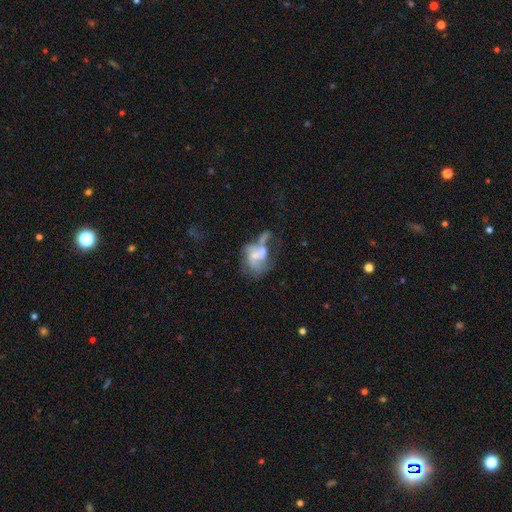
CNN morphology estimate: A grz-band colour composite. It shows a featured or disk galaxy (56%) with no bar (66%), no spiral arms (59%) and a small central bulge (37%). Merging: merger (41%).